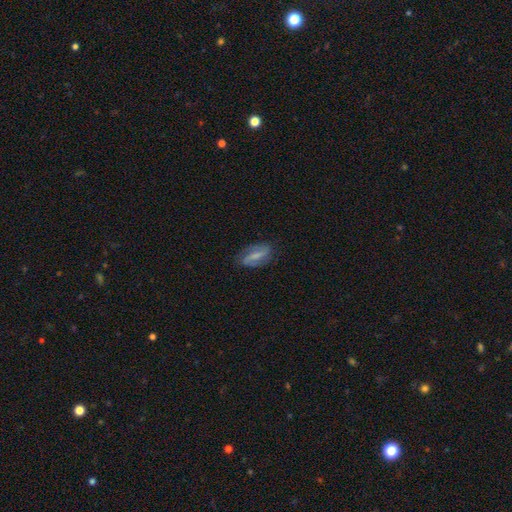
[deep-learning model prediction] smooth_or_featured: featured or disk (p=0.62) [alt: smooth p=0.31]
disk_edge_on: no (p=0.92) [alt: yes p=0.08]
bar: weak (p=0.41) [alt: strong p=0.39]
has_spiral_arms: yes (p=0.88) [alt: no p=0.12]
spiral_winding: medium (p=0.39) [alt: loose p=0.38]
spiral_arm_count: 2 (p=0.83) [alt: can't tell p=0.08]
bulge_size: small (p=0.40) [alt: moderate p=0.28]
merging: none (p=0.76) [alt: minor disturbance p=0.17]